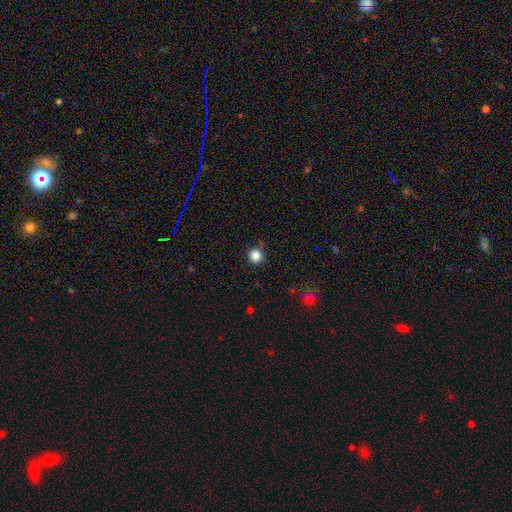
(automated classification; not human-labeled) Overall: smooth (84%). How rounded: round (94%). Merging: none (86%).